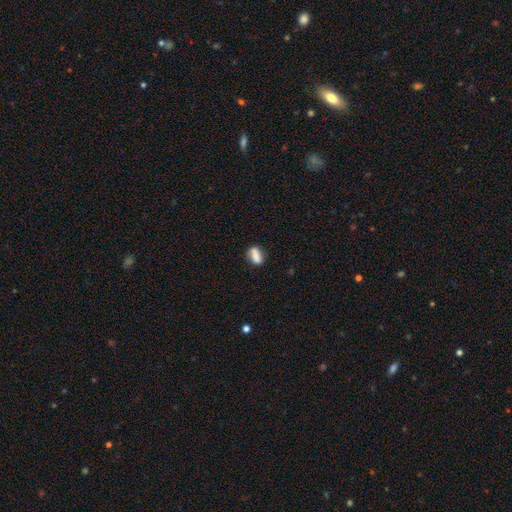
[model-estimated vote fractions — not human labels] This appears to be a smooth galaxy with no disk features (78%) that is in between round and cigar-shaped (67%). Merging: none (69%).